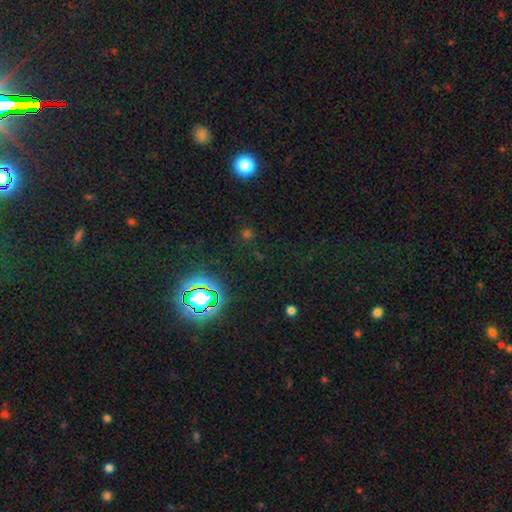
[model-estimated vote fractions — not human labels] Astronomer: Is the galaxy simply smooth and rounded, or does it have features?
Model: star or artifact — 78%.